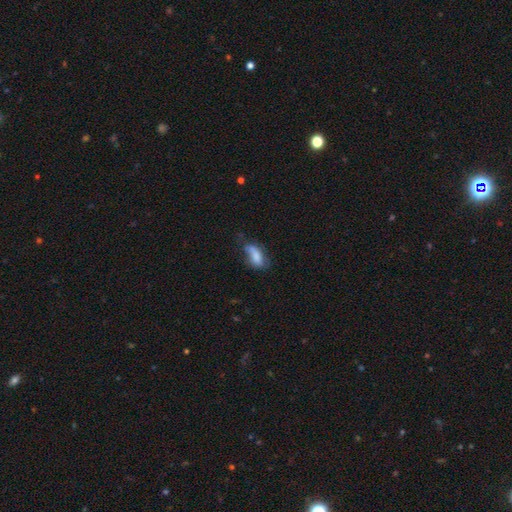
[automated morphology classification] smooth-or-featured: smooth: 72% | featured or disk: 20% | star or artifact: 9%
  how-rounded: in between: 81% | cigar-shaped: 16% | round: 4%
  merging: none: 40% | minor disturbance: 35% | major disturbance: 20% | merger: 5%